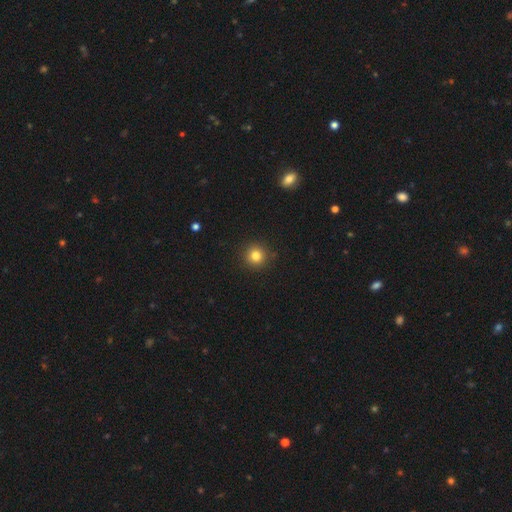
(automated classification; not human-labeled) This appears to be a smooth galaxy with no disk features (82%) that is round (94%). Merging: none (90%).